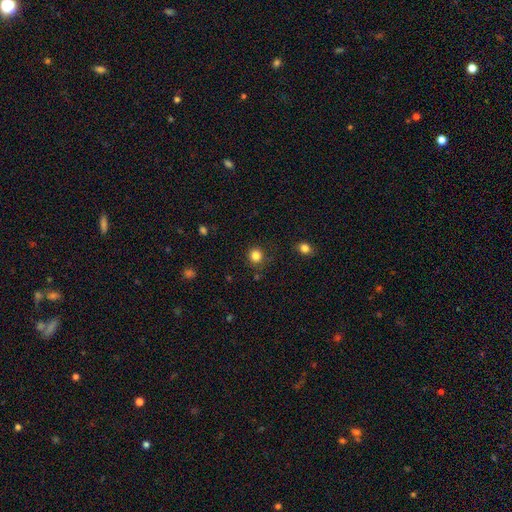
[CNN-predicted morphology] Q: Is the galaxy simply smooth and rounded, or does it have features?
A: smooth — 83%.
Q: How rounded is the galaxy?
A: round — 91%.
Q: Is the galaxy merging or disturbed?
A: none — 86%.